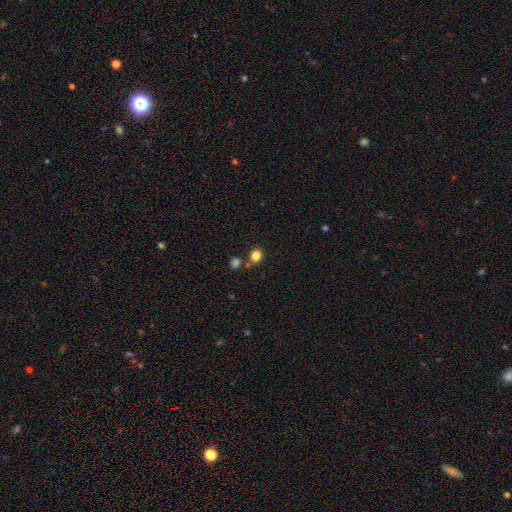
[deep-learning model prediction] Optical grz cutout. It shows a smooth galaxy with no disk features (83%) that is round (73%). Merging: none (75%).